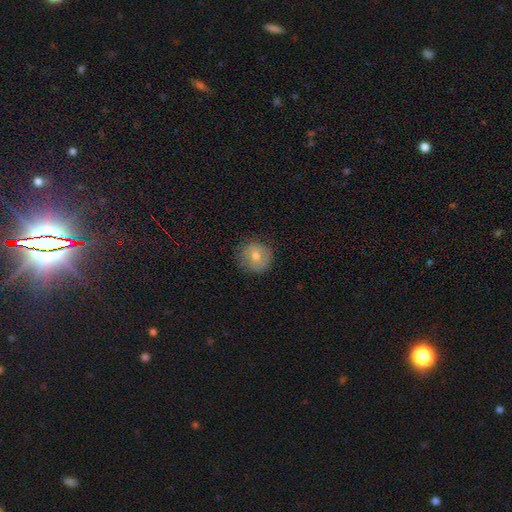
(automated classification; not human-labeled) Smooth or featured?
  - smooth: 62% *
  - featured or disk: 27%
  - star or artifact: 11%
How rounded?
  - round: 90% *
  - in between: 9%
  - cigar-shaped: 1%
Merging?
  - none: 83% *
  - minor disturbance: 12%
  - major disturbance: 3%
  - merger: 1%